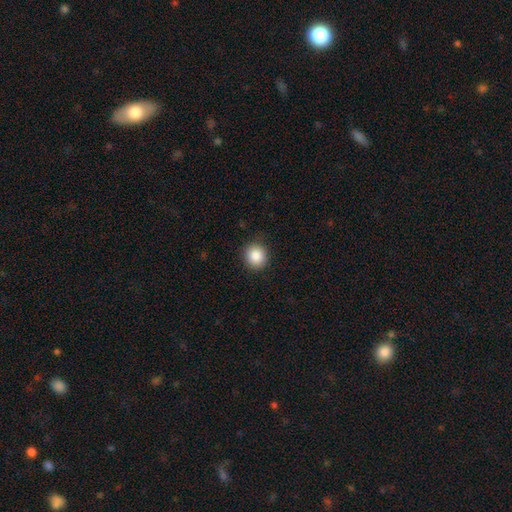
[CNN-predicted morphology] Overall: smooth (87%). How rounded: round (89%). Merging: none (90%).